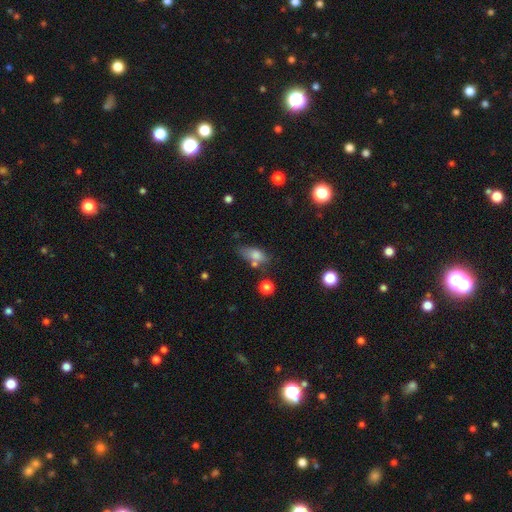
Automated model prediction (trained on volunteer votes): Smooth or featured? Predicted: smooth (p=0.74). How rounded? Predicted: in between (p=0.78). Merging? Predicted: none (p=0.54).